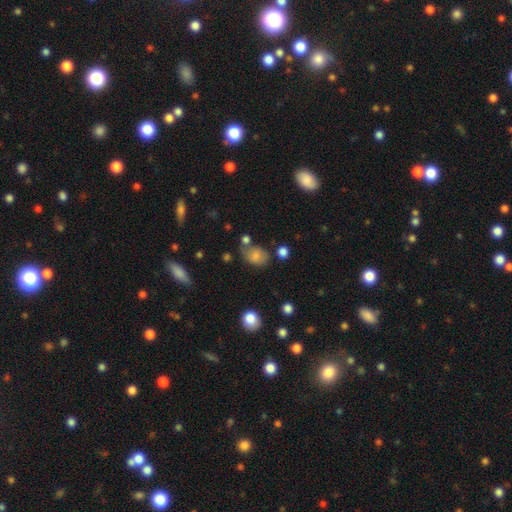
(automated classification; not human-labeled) Morphology: type=smooth (76%); roundness=in between (64%); merging=none (52%).